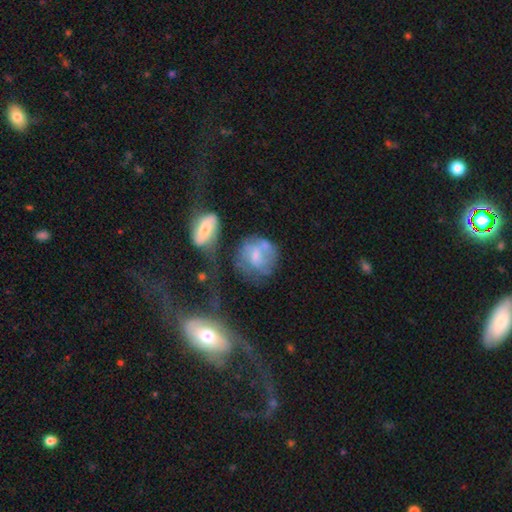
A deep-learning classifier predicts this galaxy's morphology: Smooth or featured? featured or disk (47%)
Merging? none (36%)